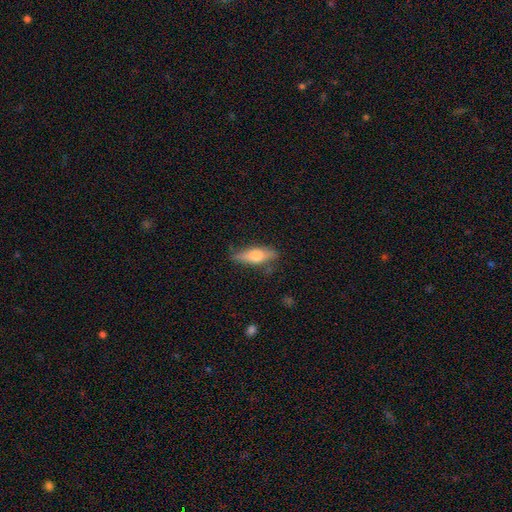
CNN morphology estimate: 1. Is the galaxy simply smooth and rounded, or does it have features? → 61% smooth, 33% featured or disk, 6% star or artifact.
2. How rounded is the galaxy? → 53% in between, 44% cigar-shaped, 3% round.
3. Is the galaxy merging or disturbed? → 76% none, 18% minor disturbance, 4% major disturbance, 2% merger.